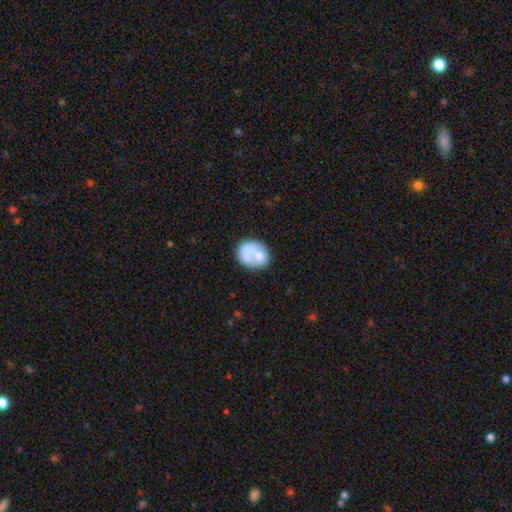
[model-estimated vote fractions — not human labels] A smooth galaxy with no disk features (58%) that is round (54%).

Vote fractions:
- Smooth or featured? smooth: 58% / featured or disk: 34% / star or artifact: 8%
- How rounded? round: 54% / in between: 45% / cigar-shaped: 1%
- Merging? none: 39% / merger: 32% / minor disturbance: 18% / major disturbance: 11%